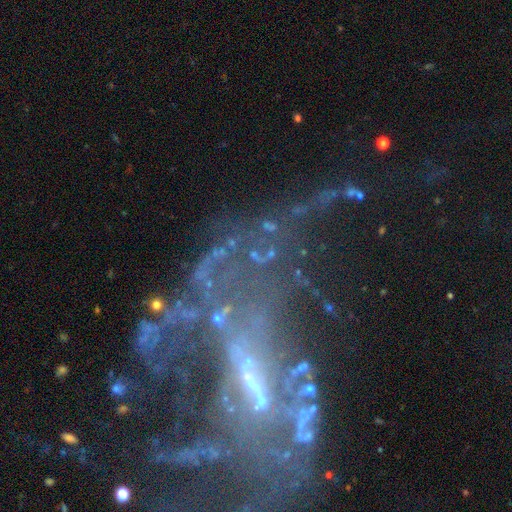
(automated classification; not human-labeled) This is possibly a featured or disk galaxy (46%). Merging: possibly none (52%).